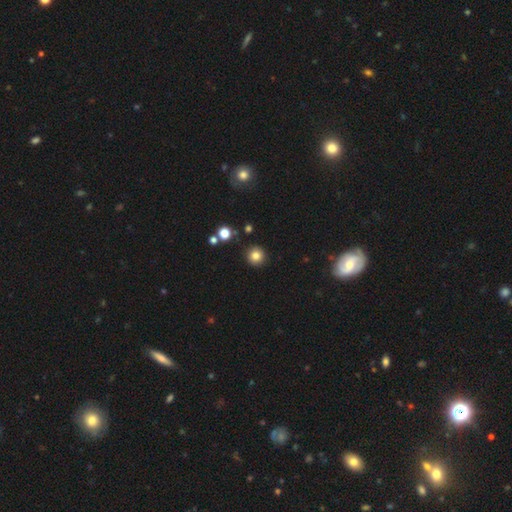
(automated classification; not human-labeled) smooth-or-featured: smooth: 82% | star or artifact: 12% | featured or disk: 7%
  how-rounded: round: 95% | in between: 4% | cigar-shaped: 1%
  merging: none: 90% | minor disturbance: 6% | merger: 2% | major disturbance: 2%